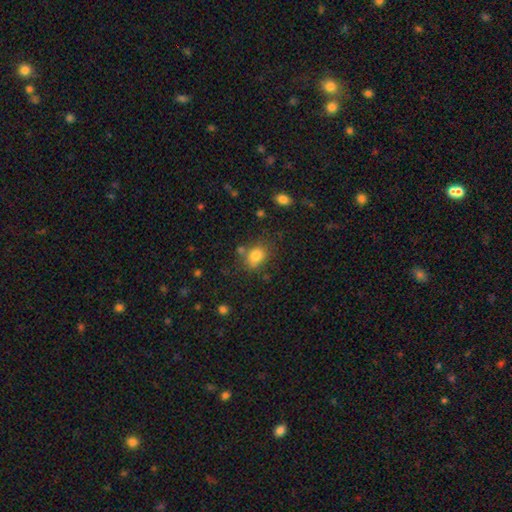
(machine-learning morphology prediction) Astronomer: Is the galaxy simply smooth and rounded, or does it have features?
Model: smooth — 81%.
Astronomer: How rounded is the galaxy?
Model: in between — 61% (runner-up: round, 38%).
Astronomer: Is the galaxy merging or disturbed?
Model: none — 66%.